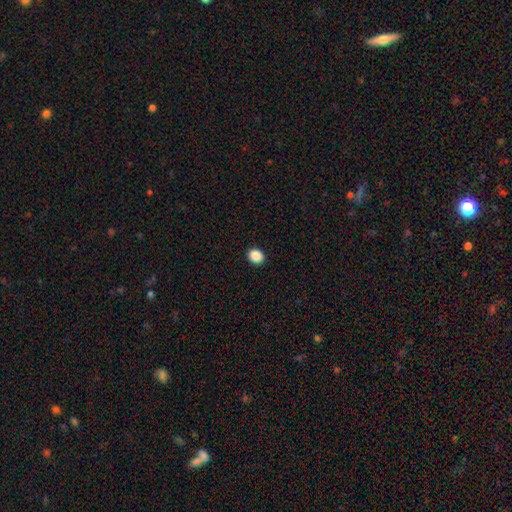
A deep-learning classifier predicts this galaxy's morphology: smooth-or-featured: smooth: 89% | star or artifact: 9% | featured or disk: 2%
  how-rounded: round: 62% | in between: 37% | cigar-shaped: 1%
  merging: none: 92% | minor disturbance: 5% | major disturbance: 2% | merger: 1%